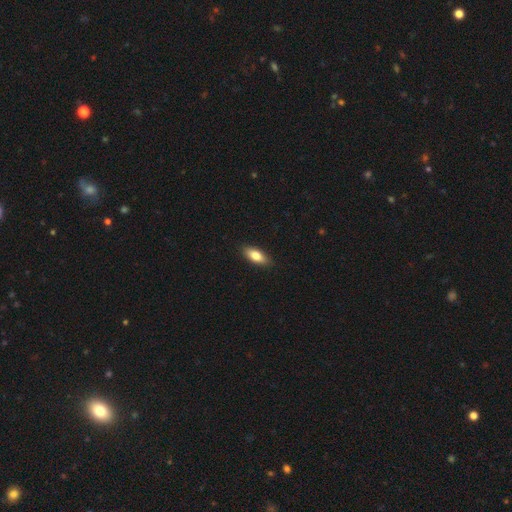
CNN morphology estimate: Smooth or featured?
  - smooth: 80% *
  - featured or disk: 14%
  - star or artifact: 6%
How rounded?
  - in between: 81% *
  - cigar-shaped: 16%
  - round: 3%
Merging?
  - none: 89% *
  - minor disturbance: 8%
  - major disturbance: 2%
  - merger: 1%